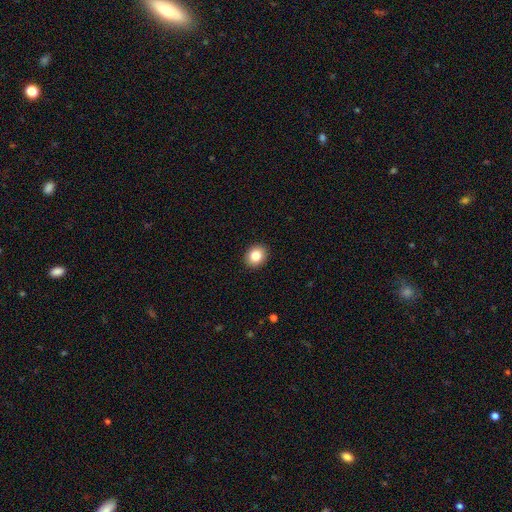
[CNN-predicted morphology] type=smooth (84%); roundness=round (62%); merging=none (92%).